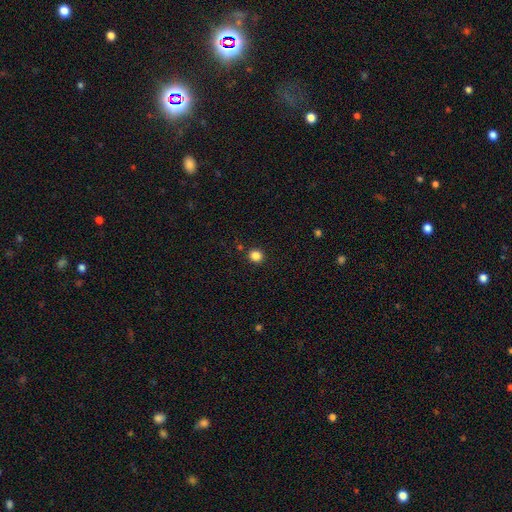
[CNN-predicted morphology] Smooth or featured?
  - smooth: 85% *
  - star or artifact: 12%
  - featured or disk: 3%
How rounded?
  - round: 88% *
  - in between: 11%
  - cigar-shaped: 1%
Merging?
  - none: 90% *
  - minor disturbance: 6%
  - merger: 3%
  - major disturbance: 2%